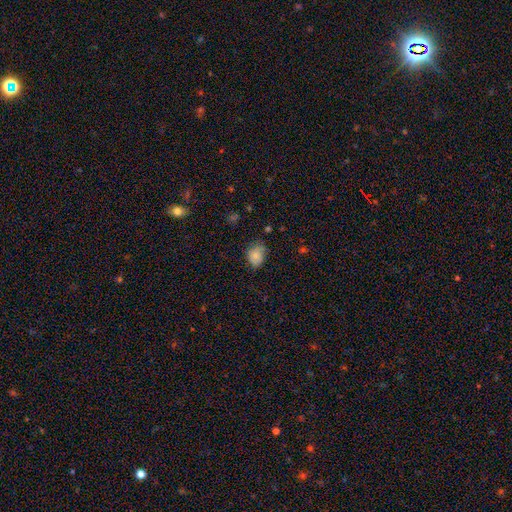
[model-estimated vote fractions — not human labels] A smooth galaxy with no disk features (82%) that is in between round and cigar-shaped (64%). Merging: none (64%).